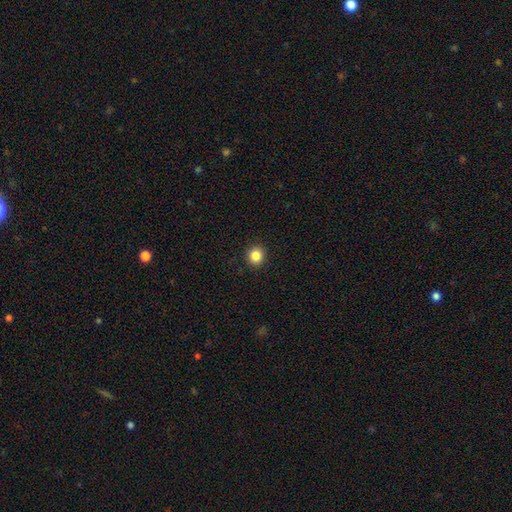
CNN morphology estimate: This appears to be a smooth galaxy with no disk features (85%) that is round (85%). Merging: none (92%).